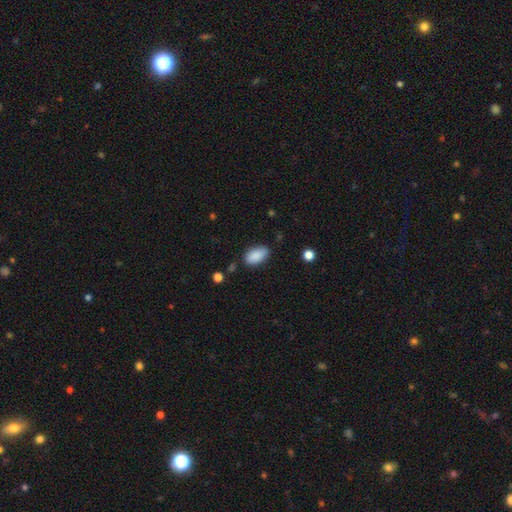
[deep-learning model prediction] Smooth or featured? smooth (88%)
How rounded? in between (93%)
Merging? none (80%)